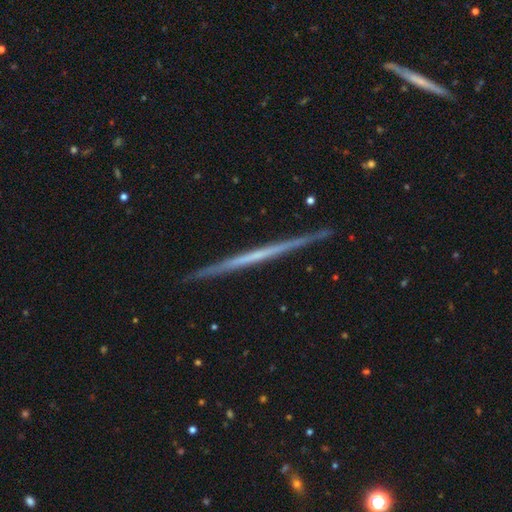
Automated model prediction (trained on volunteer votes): smooth_or_featured: featured or disk (p=0.68) [alt: smooth p=0.26]
disk_edge_on: yes (p=0.98) [alt: no p=0.02]
edge_on_bulge: none (p=0.93) [alt: rounded p=0.04]
merging: none (p=0.92) [alt: minor disturbance p=0.06]